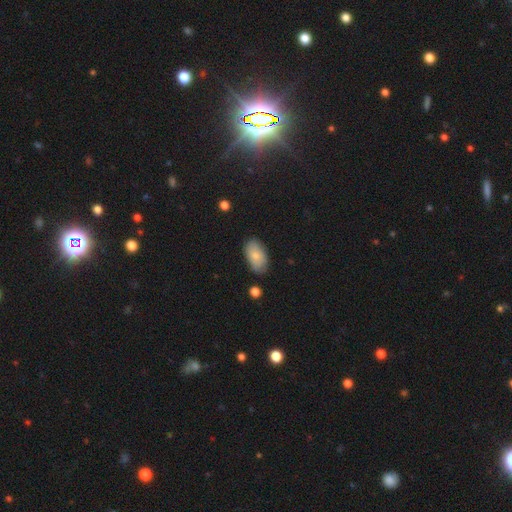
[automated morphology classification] Q: Smooth or featured?
A: smooth (79%); runner-up: featured or disk (14%)
Q: How rounded?
A: in between (94%); runner-up: round (5%)
Q: Merging?
A: none (78%); runner-up: minor disturbance (17%)